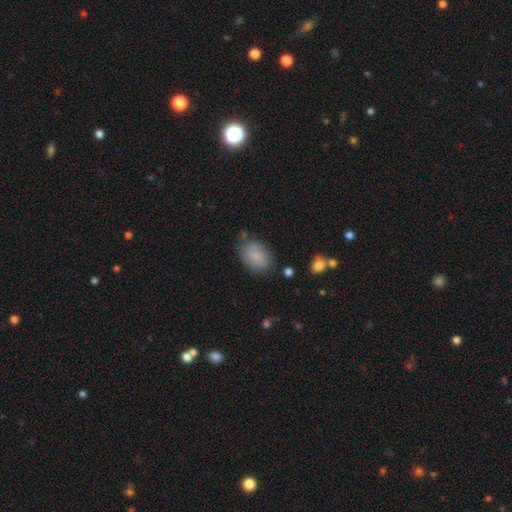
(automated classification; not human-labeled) smooth 82%, featured or disk 10%, star or artifact 8%. Down the decision tree: how rounded — in between (81%); merging — none (72%).